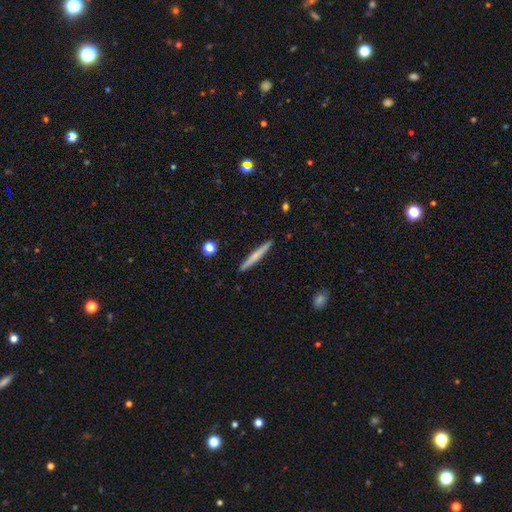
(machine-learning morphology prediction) The model was most divided on "smooth or featured": smooth: 59%, featured or disk: 35%, star or artifact: 6%. More confident: how rounded — cigar-shaped (96%); merging — none (92%).